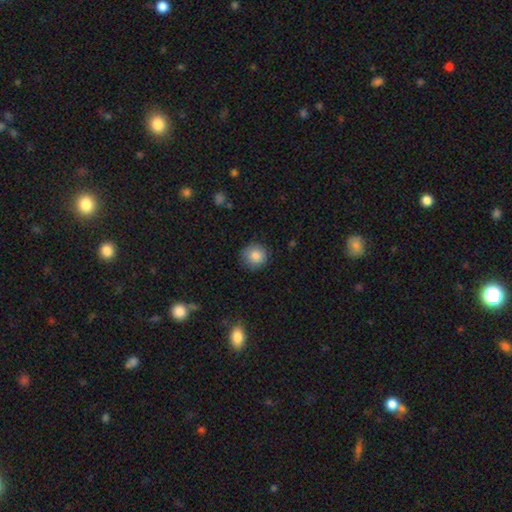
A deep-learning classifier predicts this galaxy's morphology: Overall: smooth (83%). How rounded: round (92%). Merging: none (85%).